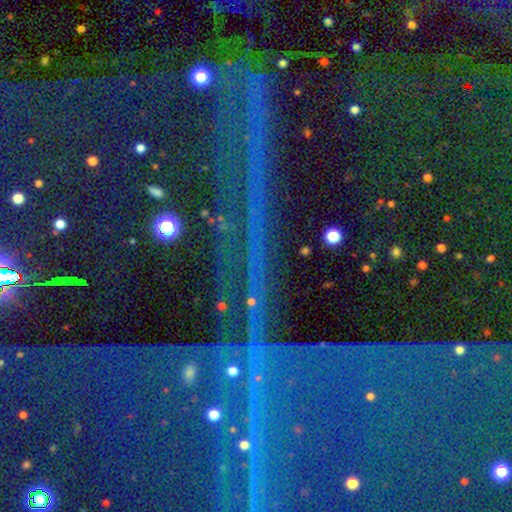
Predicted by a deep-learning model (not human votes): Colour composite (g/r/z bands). It shows a star or artifact, not a galaxy (88%).